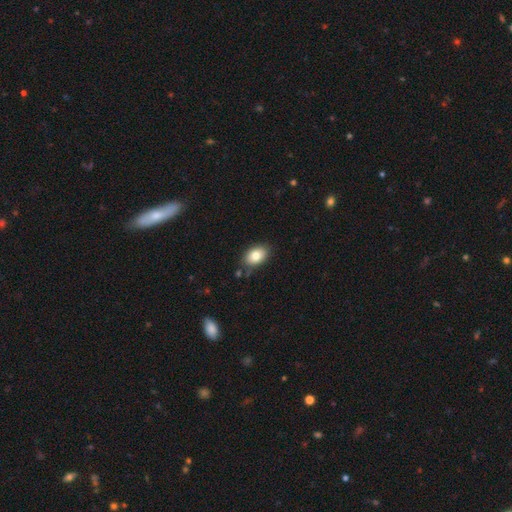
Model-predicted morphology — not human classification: Smooth or featured: smooth — 81% (featured or disk — 11%)
How rounded: in between — 87% (round — 11%)
Merging: none — 80% (minor disturbance — 14%)